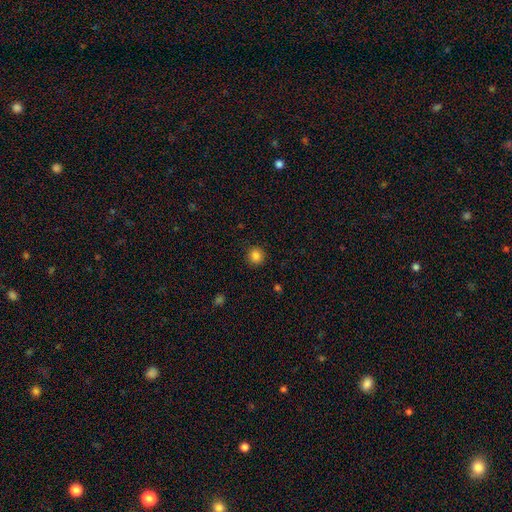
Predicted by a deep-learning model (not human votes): Smooth or featured? smooth (85%)
How rounded? round (93%)
Merging? none (91%)